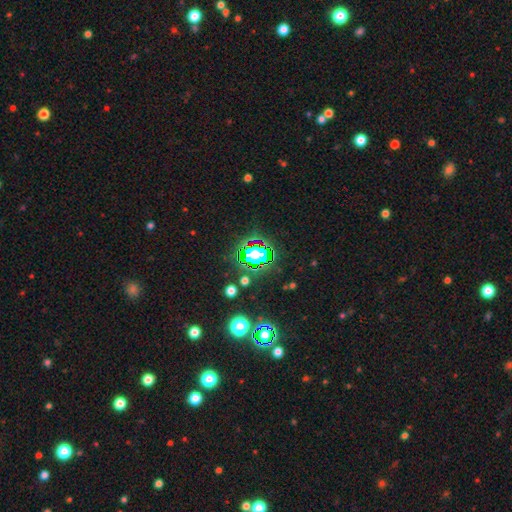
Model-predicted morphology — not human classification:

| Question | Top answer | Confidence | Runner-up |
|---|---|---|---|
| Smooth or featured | star or artifact | 81% | smooth (12%) |